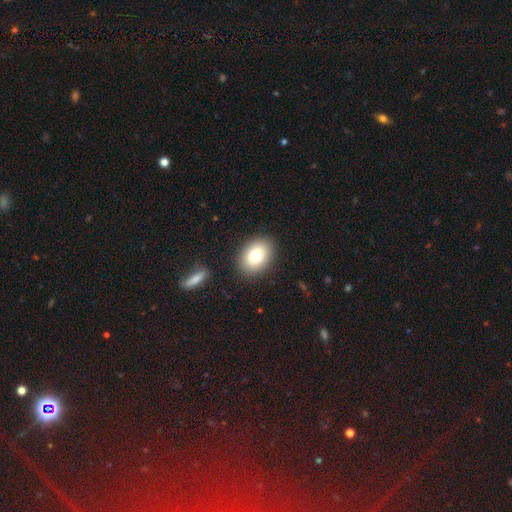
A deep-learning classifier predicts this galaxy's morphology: smooth_or_featured: smooth (p=0.80) [alt: featured or disk p=0.11]
how_rounded: in between (p=0.75) [alt: round p=0.24]
merging: none (p=0.87) [alt: minor disturbance p=0.08]